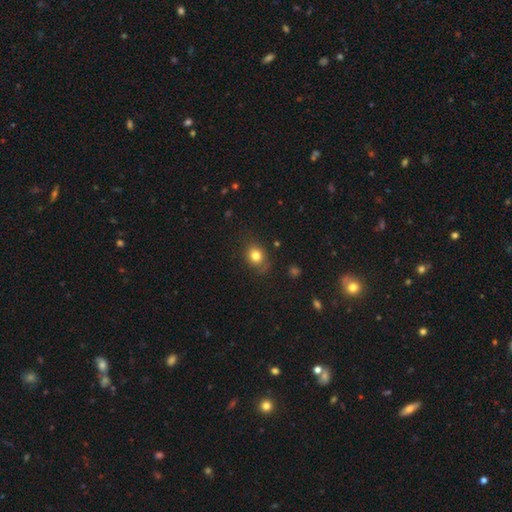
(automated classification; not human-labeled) A smooth galaxy with no disk features (79%) that is round (64%). Merging: none (76%).